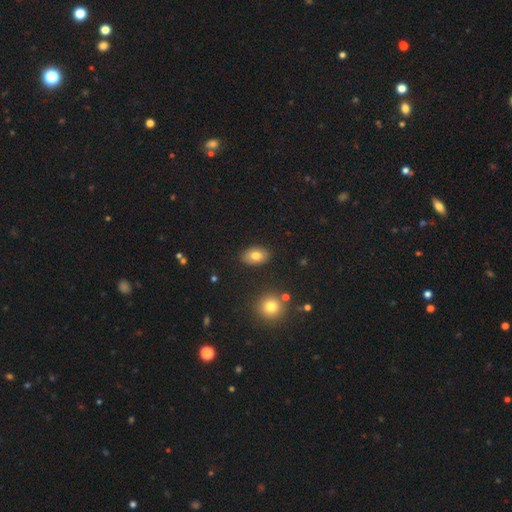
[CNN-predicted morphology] This is likely a smooth galaxy (78%). How rounded: clearly in between (86%). Merging: clearly none (86%).